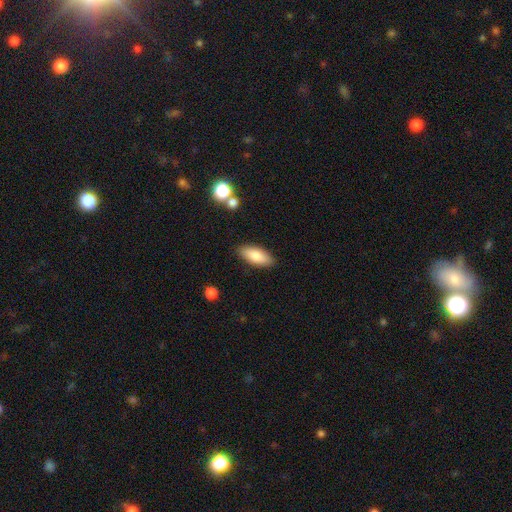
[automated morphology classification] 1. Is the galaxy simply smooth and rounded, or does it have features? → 81% smooth, 13% featured or disk, 6% star or artifact.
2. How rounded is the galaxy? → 79% in between, 19% cigar-shaped, 2% round.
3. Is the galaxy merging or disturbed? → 86% none, 10% minor disturbance, 2% major disturbance, 2% merger.